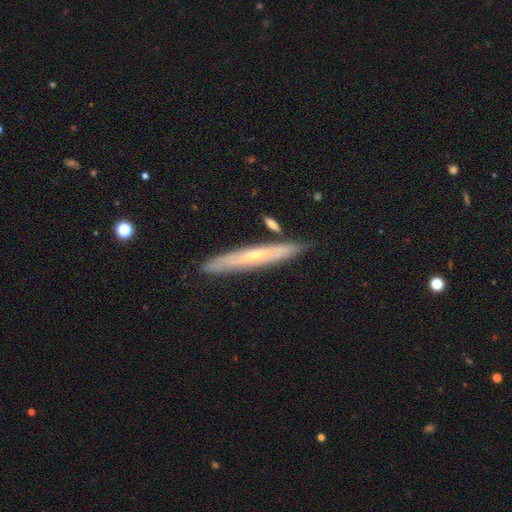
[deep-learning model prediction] A featured or disk galaxy (61%) viewed edge-on (81%). Merging: none (82%).